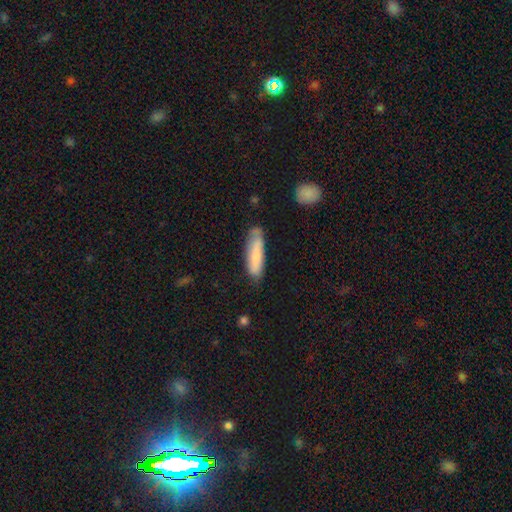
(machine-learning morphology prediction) Overall: smooth (77%). How rounded: cigar-shaped (63%; in between 35%). Merging: none (63%; minor disturbance 27%).